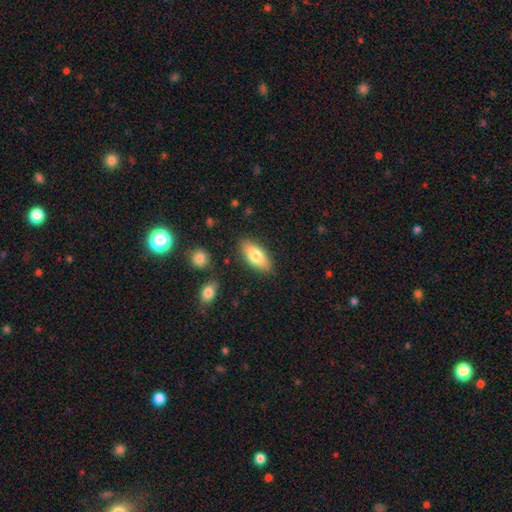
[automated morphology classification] Overall: smooth (77%). How rounded: in between (87%). Merging: none (85%).